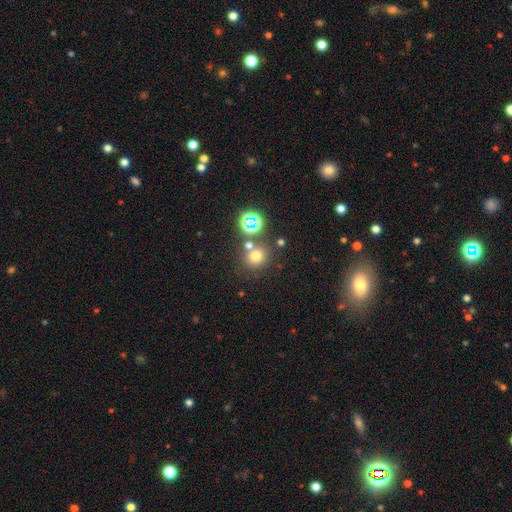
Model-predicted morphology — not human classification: A smooth galaxy with no disk features (68%) that is round (83%). Merging: none (66%).